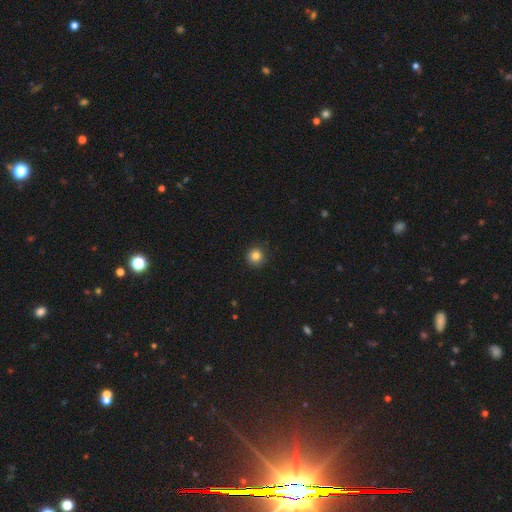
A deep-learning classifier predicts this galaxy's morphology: Smooth or featured?
  - smooth: 83% *
  - star or artifact: 12%
  - featured or disk: 5%
How rounded?
  - round: 94% *
  - in between: 5%
  - cigar-shaped: 1%
Merging?
  - none: 91% *
  - minor disturbance: 6%
  - major disturbance: 2%
  - merger: 1%